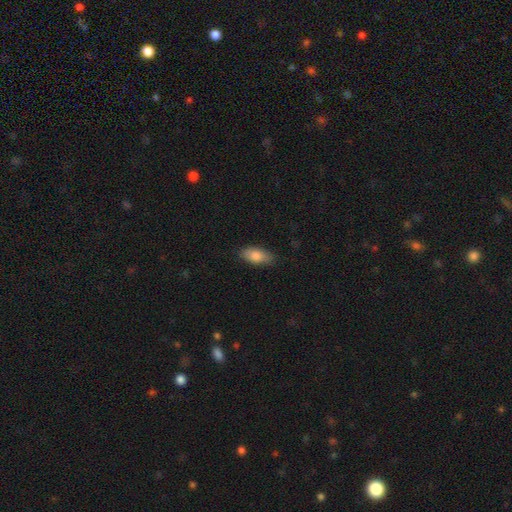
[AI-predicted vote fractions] This appears to be a smooth galaxy with no disk features (83%) that is in between round and cigar-shaped (87%). Merging: none (84%).